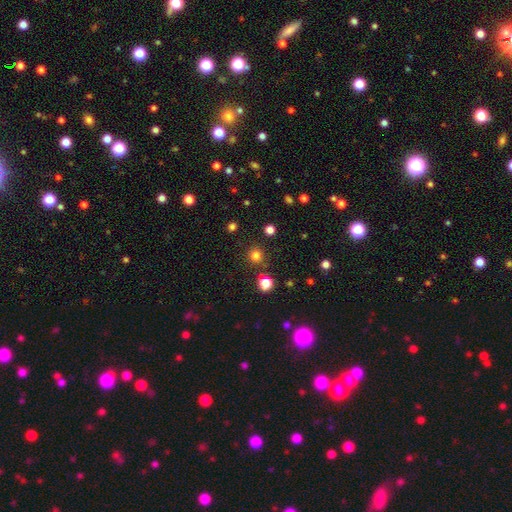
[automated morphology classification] A smooth galaxy with no disk features (77%) that is round (92%). Merging: none (86%).